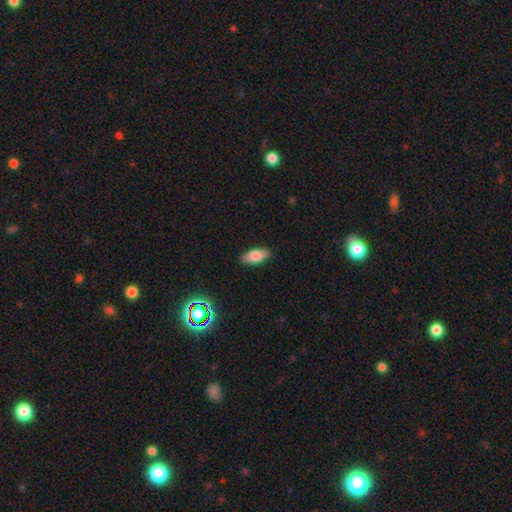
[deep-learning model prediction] Overall: smooth (78%). How rounded: in between (88%). Merging: none (88%).